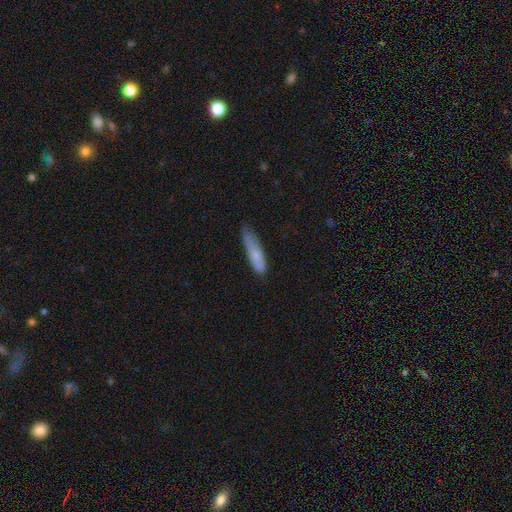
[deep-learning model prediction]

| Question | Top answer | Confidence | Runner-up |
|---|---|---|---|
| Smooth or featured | smooth | 73% | featured or disk (21%) |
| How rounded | cigar-shaped | 75% | in between (24%) |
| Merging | none | 59% | minor disturbance (32%) |